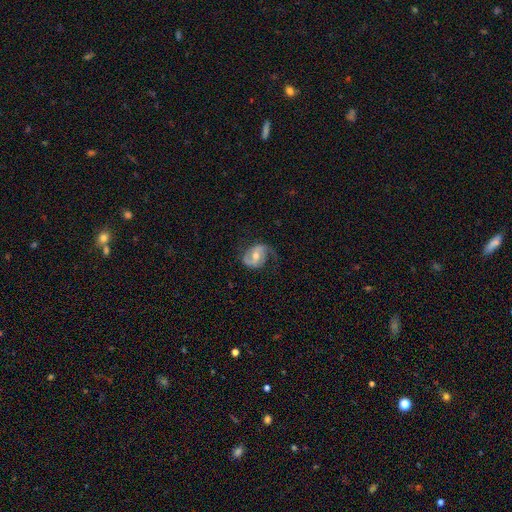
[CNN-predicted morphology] smooth_or_featured: featured or disk (p=0.78) [alt: smooth p=0.17]
disk_edge_on: no (p=0.97) [alt: yes p=0.03]
bar: weak (p=0.42) [alt: no p=0.39]
has_spiral_arms: yes (p=0.92) [alt: no p=0.08]
spiral_winding: medium (p=0.45) [alt: loose p=0.35]
spiral_arm_count: 2 (p=0.81) [alt: 1 p=0.10]
bulge_size: moderate (p=0.69) [alt: small p=0.24]
merging: none (p=0.63) [alt: minor disturbance p=0.21]